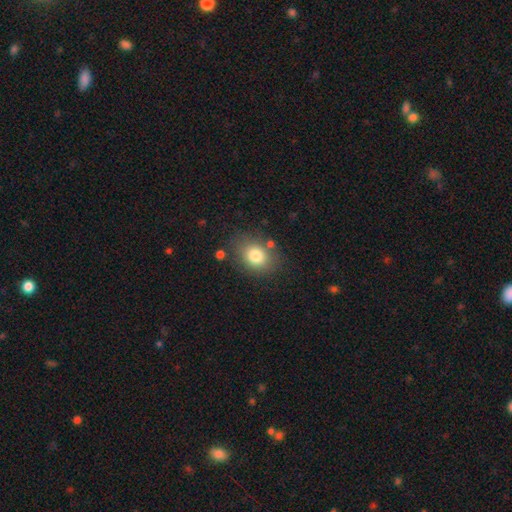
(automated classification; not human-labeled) smooth-or-featured: smooth: 80% | star or artifact: 10% | featured or disk: 10%
  how-rounded: in between: 55% | round: 44% | cigar-shaped: 1%
  merging: none: 77% | minor disturbance: 14% | merger: 5% | major disturbance: 5%